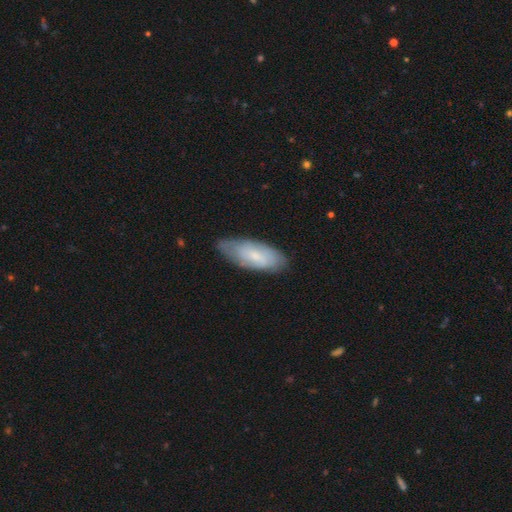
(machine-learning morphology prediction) type=smooth (50%); merging=none (71%).